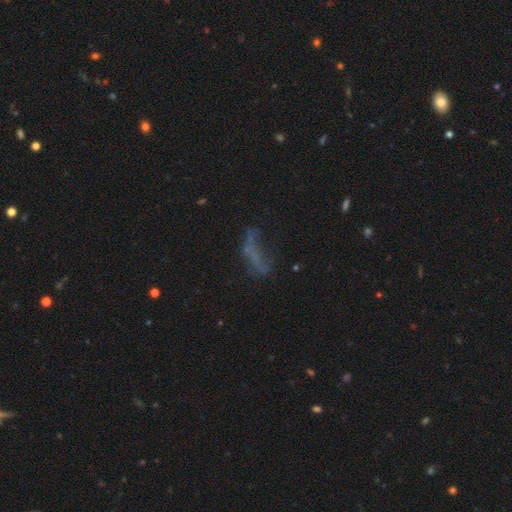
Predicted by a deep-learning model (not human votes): Q: Smooth or featured?
A: smooth (37%); tied with: featured or disk (37%)
Q: Merging?
A: none (37%); runner-up: major disturbance (36%)